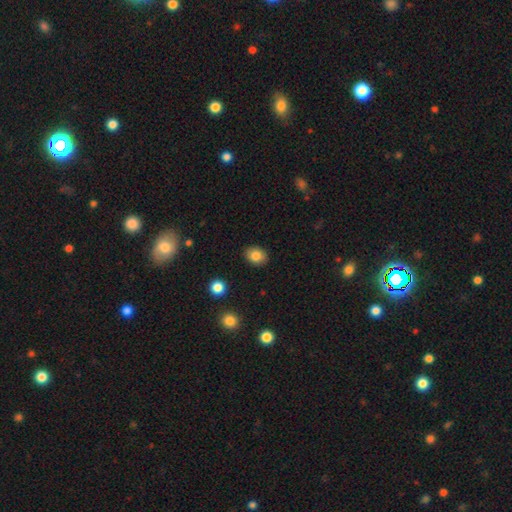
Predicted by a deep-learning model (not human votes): The model was most divided on "how rounded": in between: 56%, round: 43%, cigar-shaped: 1%. More confident: merging — none (88%); smooth or featured — smooth (83%).